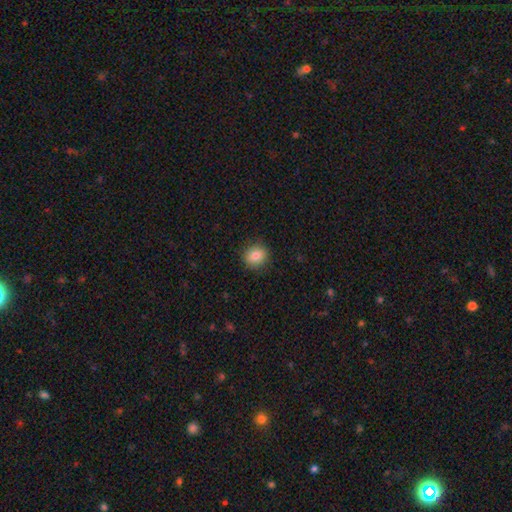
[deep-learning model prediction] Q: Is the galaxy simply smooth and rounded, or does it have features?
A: smooth — 83%.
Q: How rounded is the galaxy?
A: round — 82%.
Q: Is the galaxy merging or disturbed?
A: none — 89%.